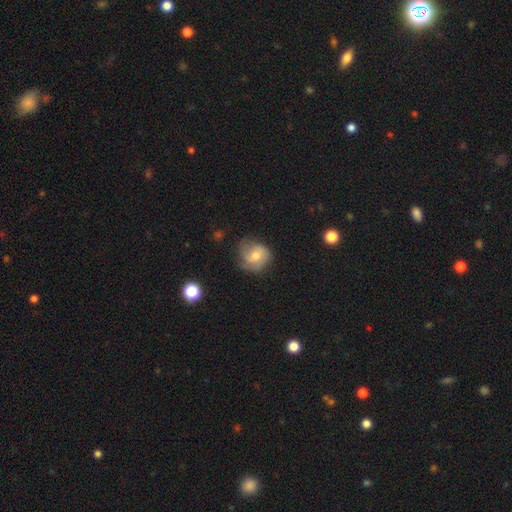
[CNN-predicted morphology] Smooth or featured? featured or disk (47%)
Merging? none (56%)